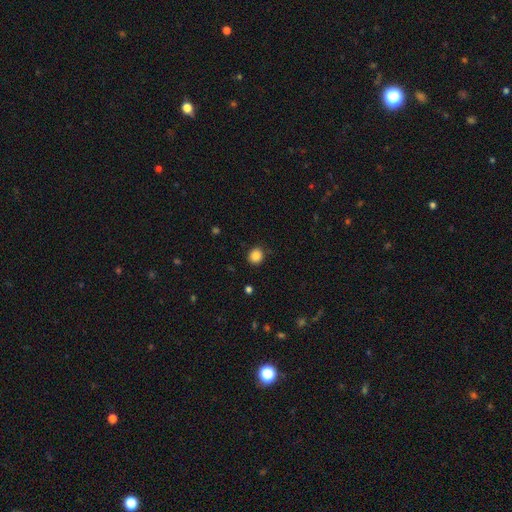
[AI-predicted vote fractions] smooth 85%, star or artifact 10%, featured or disk 5%. Down the decision tree: how rounded — round (85%); merging — none (88%).